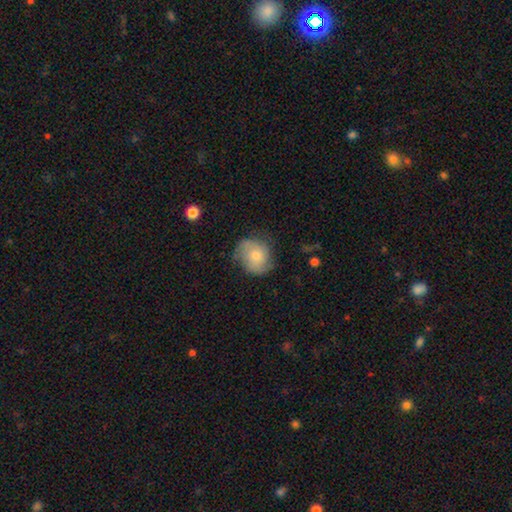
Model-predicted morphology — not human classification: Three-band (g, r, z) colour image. It shows a smooth galaxy with no disk features (50%). Merging: none (66%).